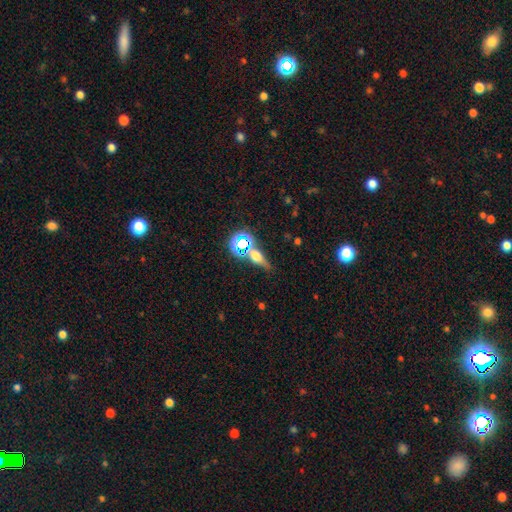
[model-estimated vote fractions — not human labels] Overall: smooth (43%; star or artifact 29%). Merging: none (65%).